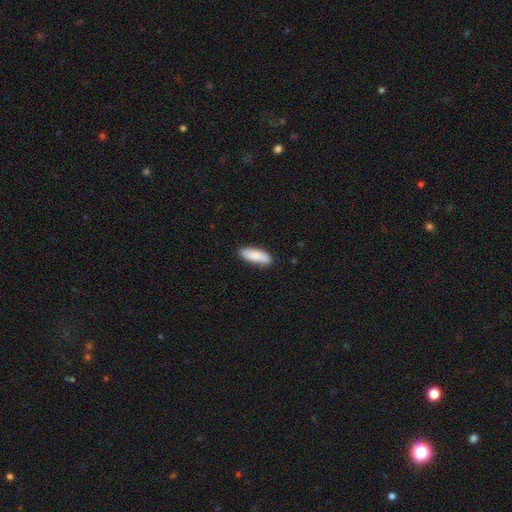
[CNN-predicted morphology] smooth_or_featured: smooth (p=0.86) [alt: featured or disk p=0.09]
how_rounded: in between (p=0.63) [alt: cigar-shaped p=0.35]
merging: none (p=0.86) [alt: minor disturbance p=0.11]